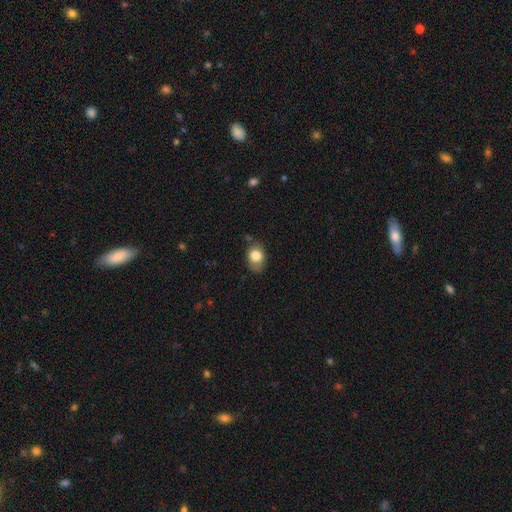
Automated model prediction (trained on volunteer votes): This appears to be a smooth galaxy with no disk features (80%) that is in between round and cigar-shaped (68%). Merging: none (64%).